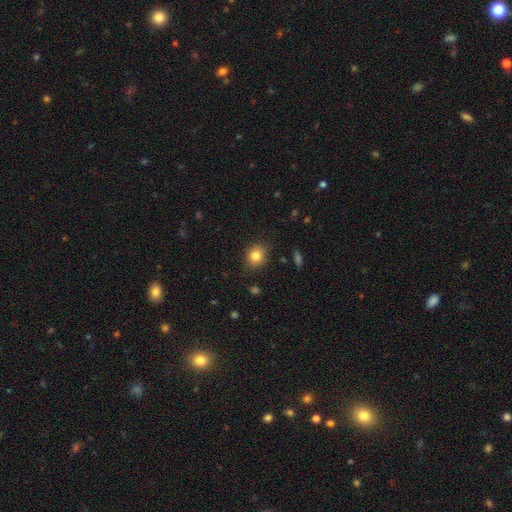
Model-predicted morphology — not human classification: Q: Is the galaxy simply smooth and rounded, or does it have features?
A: smooth — 83%.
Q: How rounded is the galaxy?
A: round — 73%.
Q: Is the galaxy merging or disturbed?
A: none — 85%.